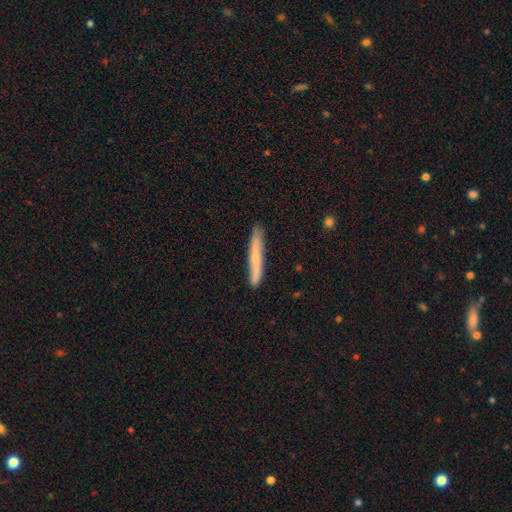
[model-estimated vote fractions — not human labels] smooth_or_featured: smooth (p=0.66) [alt: featured or disk p=0.28]
how_rounded: cigar-shaped (p=0.96) [alt: in between p=0.03]
merging: none (p=0.85) [alt: minor disturbance p=0.12]